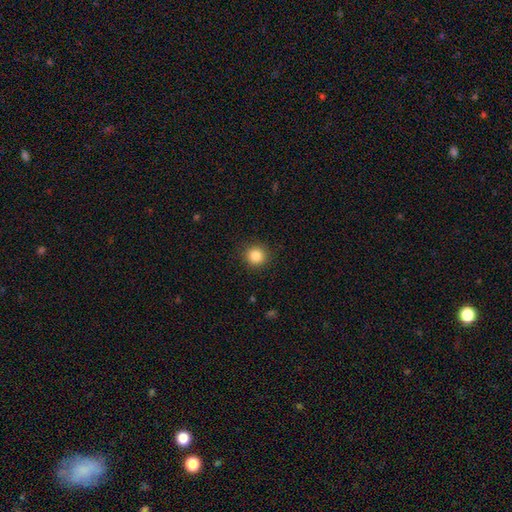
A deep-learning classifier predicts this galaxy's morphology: The model was most divided on "smooth or featured": smooth: 86%, star or artifact: 10%, featured or disk: 4%. More confident: how rounded — round (93%); merging — none (91%).